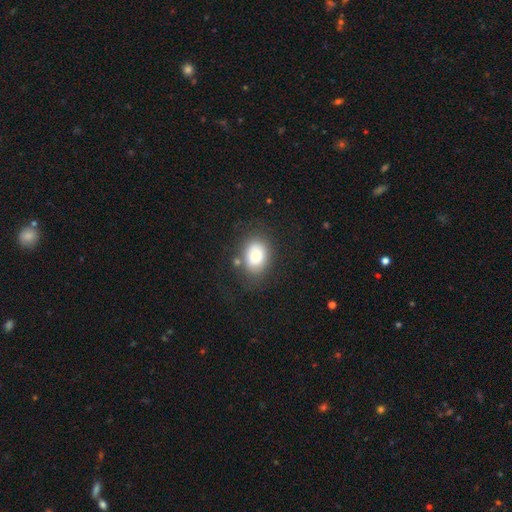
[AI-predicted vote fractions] This is likely a smooth galaxy (74%). How rounded: likely in between (70%). Merging: likely none (71%).